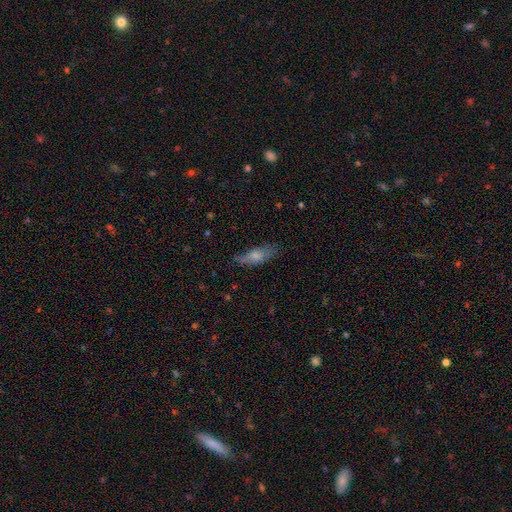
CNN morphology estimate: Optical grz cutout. It shows a smooth galaxy with no disk features (69%) that is in between round and cigar-shaped (65%). Merging: none (61%).